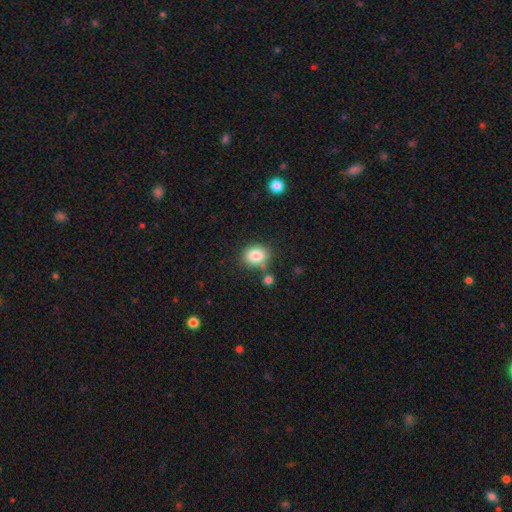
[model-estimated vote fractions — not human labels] Smooth or featured? Predicted: smooth (p=0.83). How rounded? Predicted: round (p=0.54). Merging? Predicted: none (p=0.71).